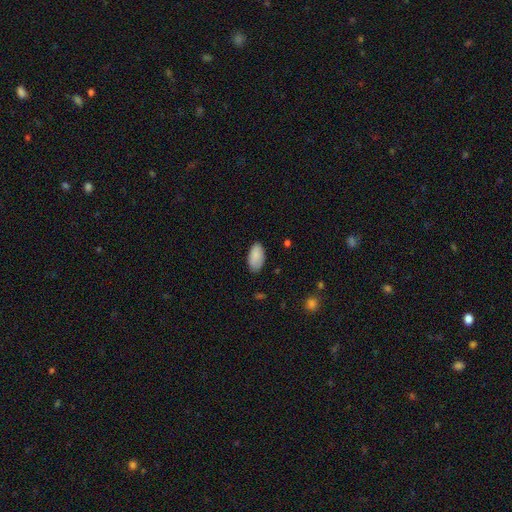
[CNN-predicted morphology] Overall: smooth (88%). How rounded: in between (95%). Merging: none (79%).